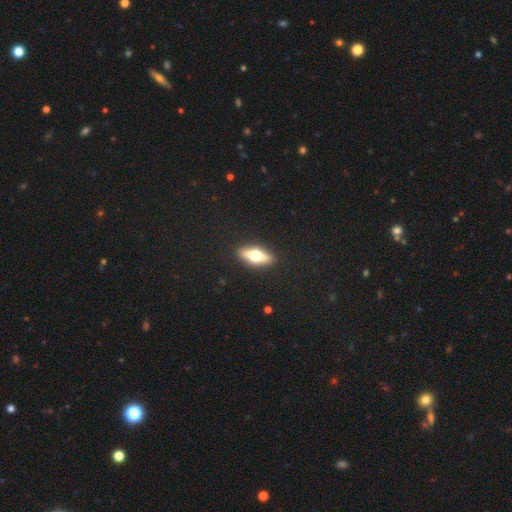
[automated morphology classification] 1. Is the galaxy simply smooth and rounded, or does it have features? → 46% featured or disk (tied), 46% smooth (tied), 7% star or artifact.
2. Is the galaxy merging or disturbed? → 90% none, 7% minor disturbance, 2% major disturbance, 1% merger.